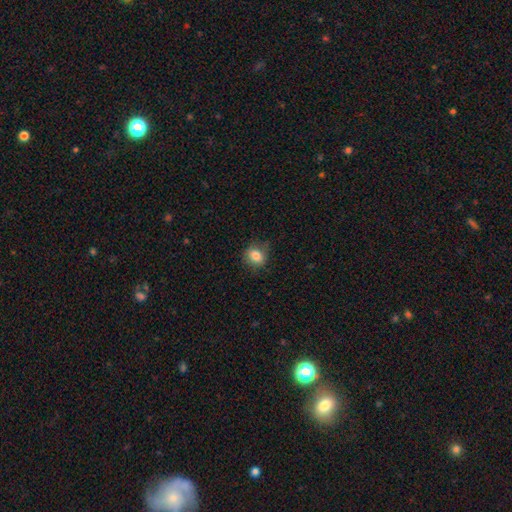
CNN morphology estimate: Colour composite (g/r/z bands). It shows a smooth galaxy with no disk features (82%) that is round (72%). Merging: none (77%).